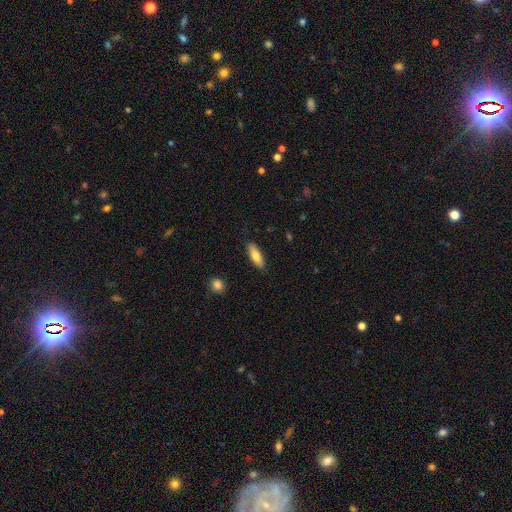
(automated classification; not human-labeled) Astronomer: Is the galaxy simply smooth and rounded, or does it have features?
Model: smooth — 77%.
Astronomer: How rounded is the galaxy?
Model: in between — 61% (runner-up: cigar-shaped, 37%).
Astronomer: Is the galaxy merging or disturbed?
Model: none — 89%.